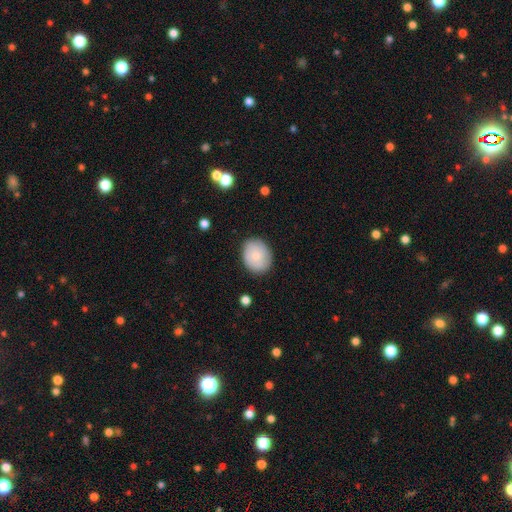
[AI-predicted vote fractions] Morphology: type=smooth (76%); roundness=round (58%); merging=none (83%).